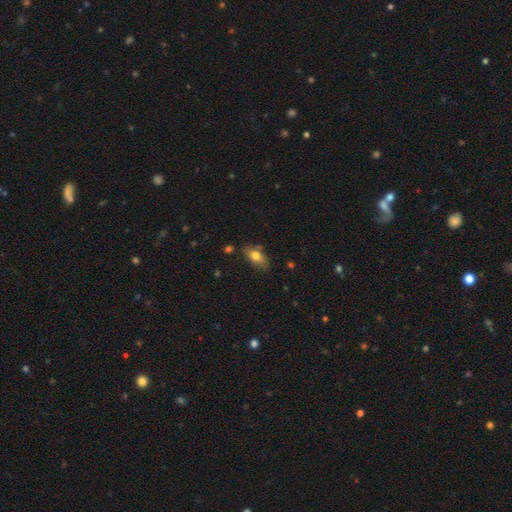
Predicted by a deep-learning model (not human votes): Smooth or featured: smooth — 71% (featured or disk — 21%)
How rounded: in between — 84% (cigar-shaped — 10%)
Merging: none — 71% (minor disturbance — 20%)